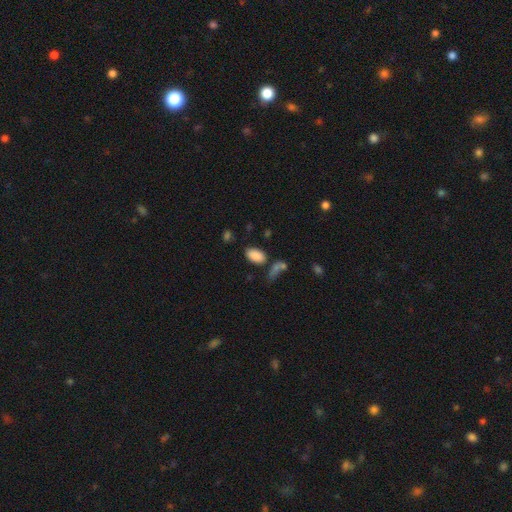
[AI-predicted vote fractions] The model was most divided on "merging": none: 66%, merger: 14%, minor disturbance: 13%, major disturbance: 6%. More confident: how rounded — in between (94%); smooth or featured — smooth (86%).